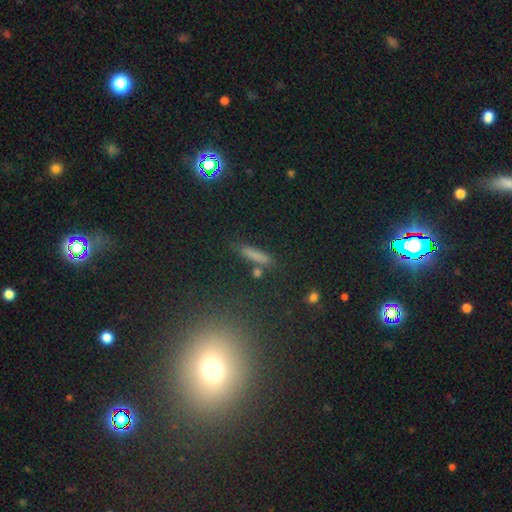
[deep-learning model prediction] Q: Smooth or featured?
A: smooth (72%); runner-up: star or artifact (16%)
Q: How rounded?
A: cigar-shaped (83%); runner-up: in between (13%)
Q: Merging?
A: none (79%); runner-up: minor disturbance (13%)